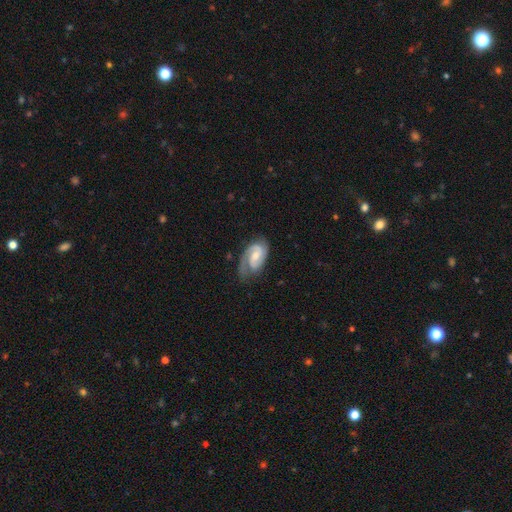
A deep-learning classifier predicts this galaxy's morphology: Overall: featured or disk (84%). Edge-on disk: no (97%). Bar: weak (48%; no 37%). Spiral arms: yes (97%). Spiral arm count: 2 (82%). Spiral winding: medium (46%; tight 41%). Bulge size: moderate (41%; small 39%). Merging: none (68%).